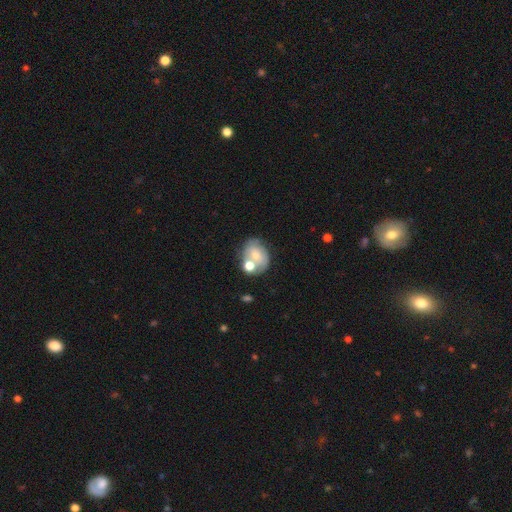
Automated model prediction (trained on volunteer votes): A smooth galaxy with no disk features (55%) that is in between round and cigar-shaped (52%).

Vote fractions:
- Smooth or featured? smooth: 55% / featured or disk: 36% / star or artifact: 9%
- How rounded? in between: 52% / round: 47% / cigar-shaped: 1%
- Merging? none: 42% / merger: 32% / minor disturbance: 18% / major disturbance: 8%